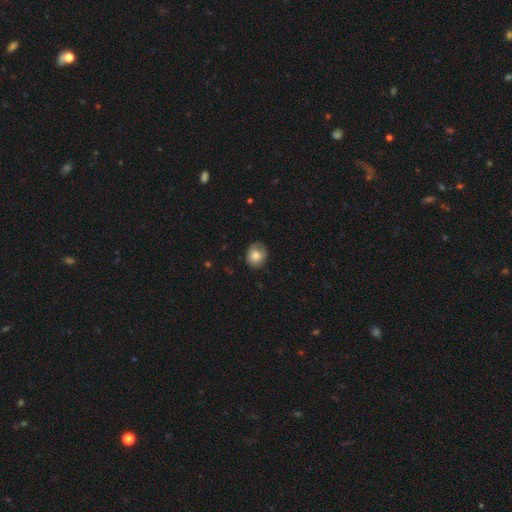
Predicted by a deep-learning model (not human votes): Smooth or featured?
  - smooth: 80% *
  - featured or disk: 13%
  - star or artifact: 8%
How rounded?
  - round: 65% *
  - in between: 34%
  - cigar-shaped: 1%
Merging?
  - none: 64% *
  - minor disturbance: 28%
  - major disturbance: 7%
  - merger: 1%